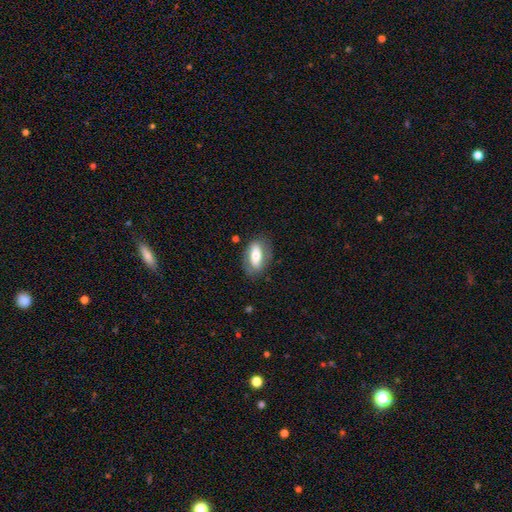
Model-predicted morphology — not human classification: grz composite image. It shows a smooth galaxy with no disk features (57%) that is in between round and cigar-shaped (85%). Merging: none (77%).